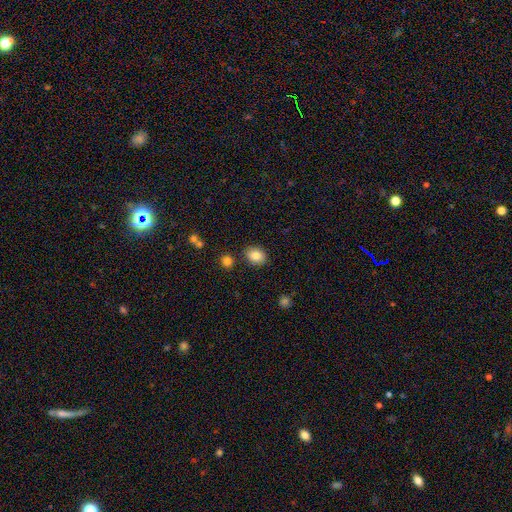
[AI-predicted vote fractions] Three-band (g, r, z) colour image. It shows a smooth galaxy with no disk features (84%) that is round (53%). Merging: none (84%).